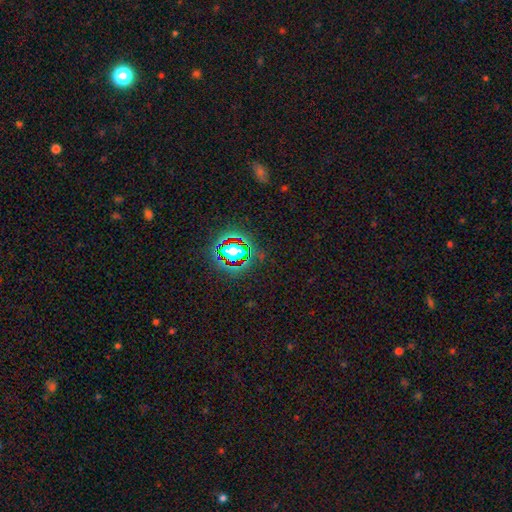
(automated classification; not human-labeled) Smooth or featured?
  - star or artifact: 78% *
  - smooth: 14%
  - featured or disk: 8%